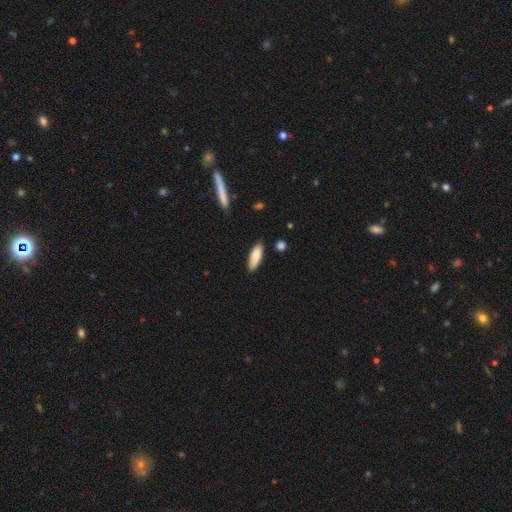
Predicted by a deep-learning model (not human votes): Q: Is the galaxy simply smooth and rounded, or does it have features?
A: smooth — 85%.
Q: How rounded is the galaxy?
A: in between — 59%.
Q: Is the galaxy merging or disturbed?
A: none — 81%.